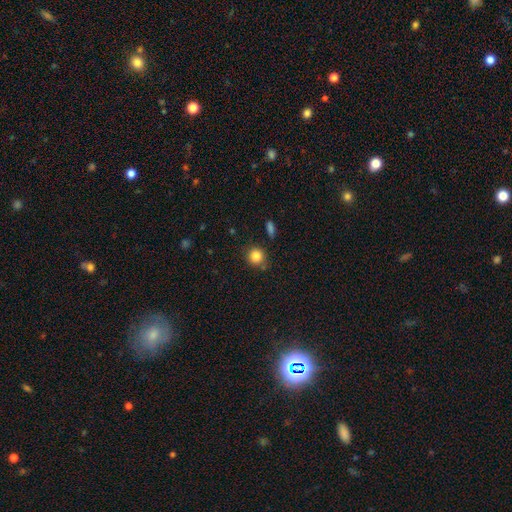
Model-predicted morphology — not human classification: A smooth galaxy with no disk features (84%) that is round (88%).

Vote fractions:
- Smooth or featured? smooth: 84% / star or artifact: 10% / featured or disk: 5%
- How rounded? round: 88% / in between: 11% / cigar-shaped: 1%
- Merging? none: 80% / minor disturbance: 12% / merger: 5% / major disturbance: 3%